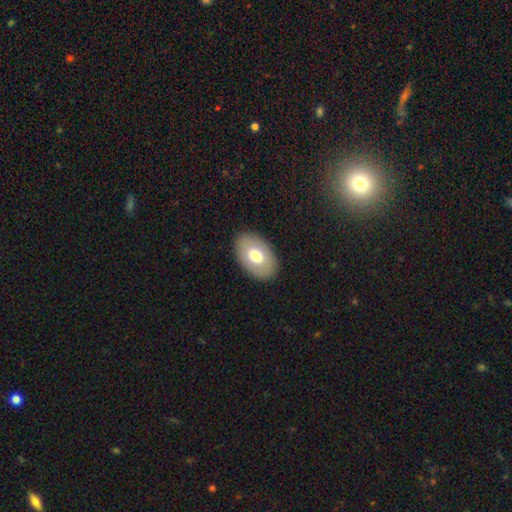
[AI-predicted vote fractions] A smooth galaxy with no disk features (71%) that is in between round and cigar-shaped (89%). Merging: none (89%).